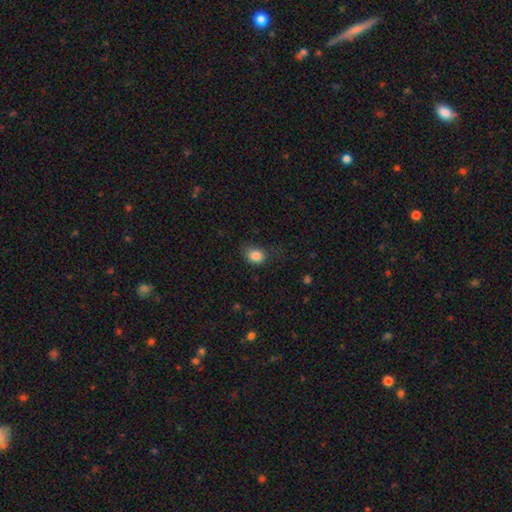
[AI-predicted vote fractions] smooth_or_featured: smooth (p=0.84) [alt: star or artifact p=0.11]
how_rounded: round (p=0.54) [alt: in between p=0.45]
merging: none (p=0.70) [alt: minor disturbance p=0.22]